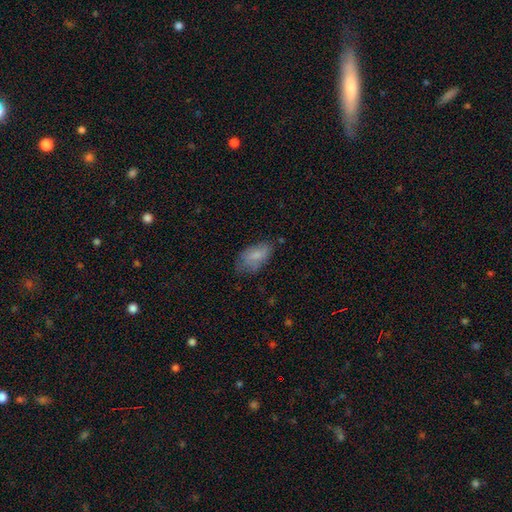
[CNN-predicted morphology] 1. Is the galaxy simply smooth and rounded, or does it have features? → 74% smooth, 18% featured or disk, 8% star or artifact.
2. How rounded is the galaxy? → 92% in between, 4% cigar-shaped, 4% round.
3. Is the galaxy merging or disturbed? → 57% none, 31% minor disturbance, 11% major disturbance, 2% merger.